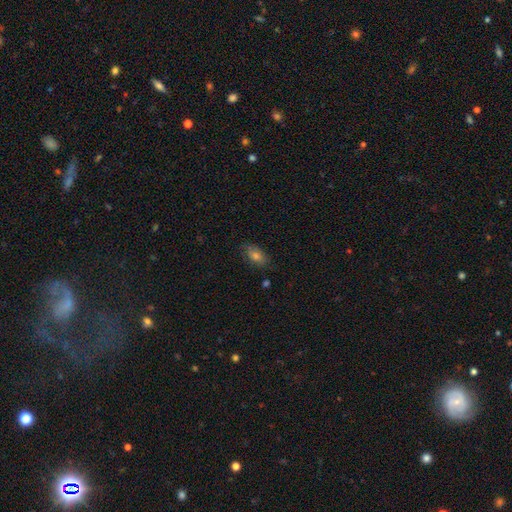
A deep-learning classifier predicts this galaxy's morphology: Smooth or featured? Predicted: smooth (p=0.66). How rounded? Predicted: in between (p=0.84). Merging? Predicted: none (p=0.79).